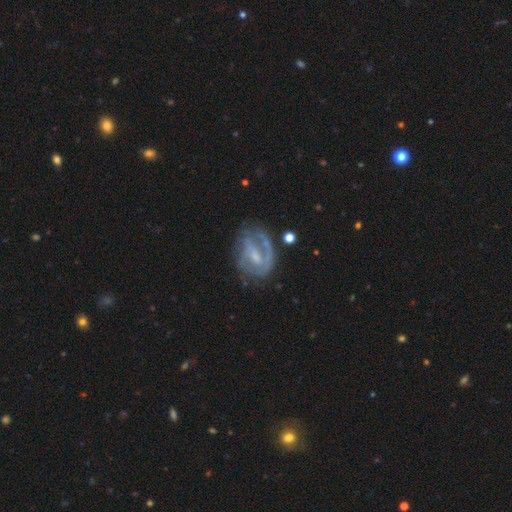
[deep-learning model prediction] A featured or disk galaxy (79%) with a weak bar (51%), 2 (46%) medium (43%) spiral arms (86%) and a small central bulge (47%).

Vote fractions:
- Smooth or featured? featured or disk: 79% / smooth: 14% / star or artifact: 7%
- Edge-on disk? no: 97% / yes: 3%
- Bar? weak: 51% / no: 26% / strong: 23%
- Spiral arms? yes: 86% / no: 14%
- Spiral winding? medium: 43% / tight: 39% / loose: 18%
- Spiral arm count? 2: 46% / 1: 25% / can't tell: 19% / 3: 7% / 4: 2% / more than 4: 2%
- Bulge size? small: 47% / moderate: 32% / none: 17% / large: 3% / dominant: 1%
- Merging? none: 57% / minor disturbance: 22% / major disturbance: 18% / merger: 3%